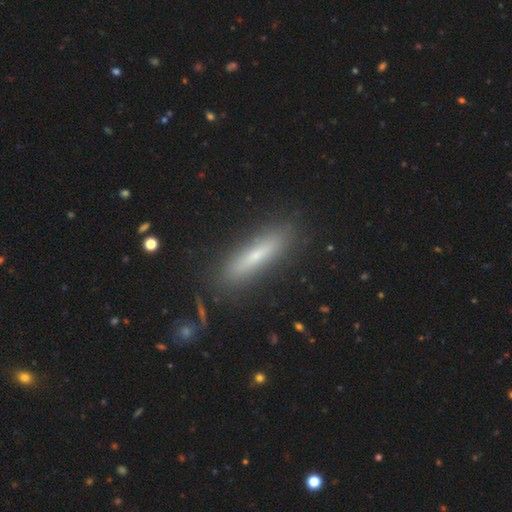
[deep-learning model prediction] A smooth galaxy with no disk features (54%) that is cigar-shaped (81%). Merging: none (85%).